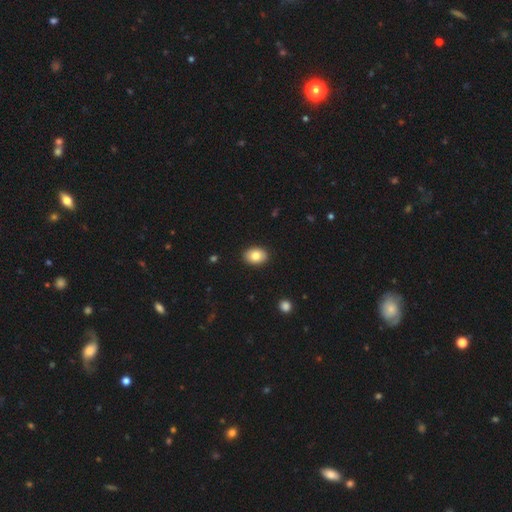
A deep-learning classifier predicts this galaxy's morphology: Smooth or featured? smooth (83%)
How rounded? in between (74%)
Merging? none (91%)